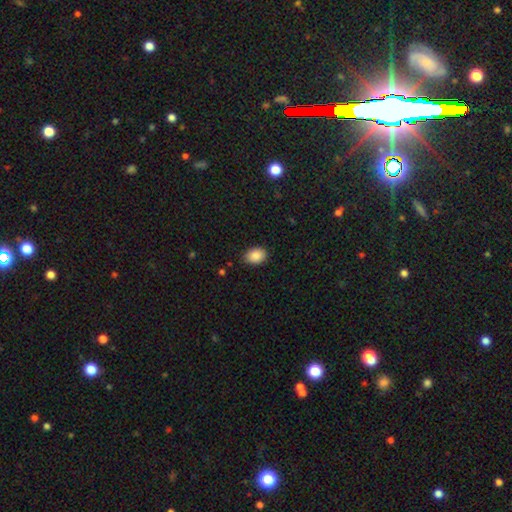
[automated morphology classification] smooth_or_featured: smooth (p=0.88) [alt: star or artifact p=0.08]
how_rounded: in between (p=0.76) [alt: round p=0.23]
merging: none (p=0.86) [alt: minor disturbance p=0.11]